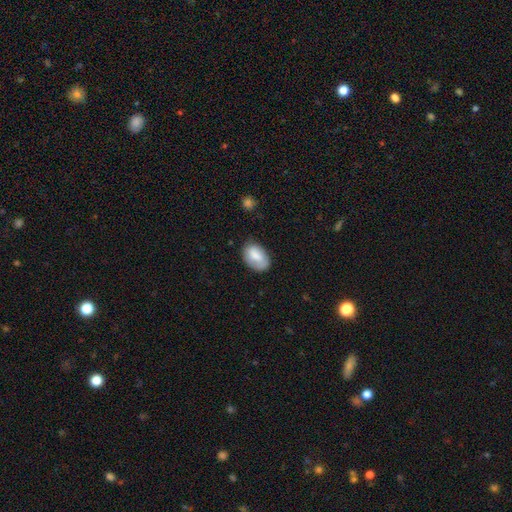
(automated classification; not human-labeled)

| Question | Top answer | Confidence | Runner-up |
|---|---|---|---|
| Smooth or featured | smooth | 77% | featured or disk (16%) |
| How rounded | in between | 89% | round (10%) |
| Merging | none | 67% | minor disturbance (24%) |